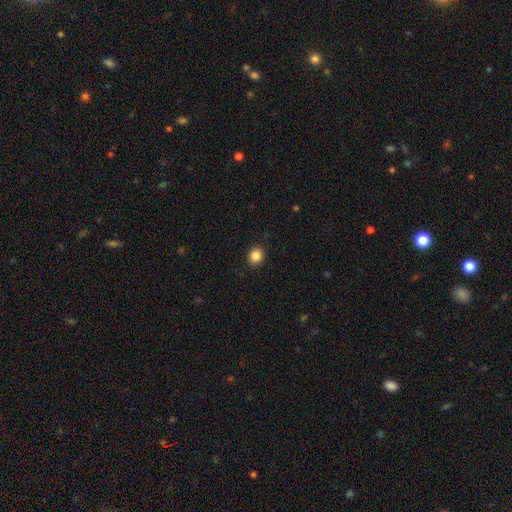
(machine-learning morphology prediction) Q: Smooth or featured?
A: smooth (86%); runner-up: star or artifact (10%)
Q: How rounded?
A: round (67%); runner-up: in between (32%)
Q: Merging?
A: none (91%); runner-up: minor disturbance (7%)